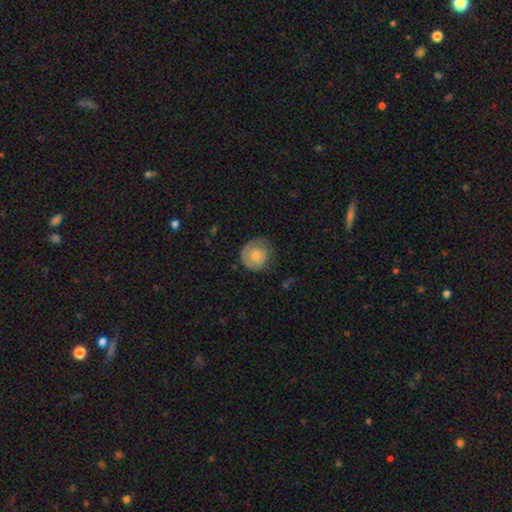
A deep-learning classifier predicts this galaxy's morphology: smooth-or-featured: smooth: 66% | featured or disk: 27% | star or artifact: 7%
  how-rounded: round: 87% | in between: 12% | cigar-shaped: 1%
  merging: none: 62% | minor disturbance: 27% | major disturbance: 10% | merger: 1%